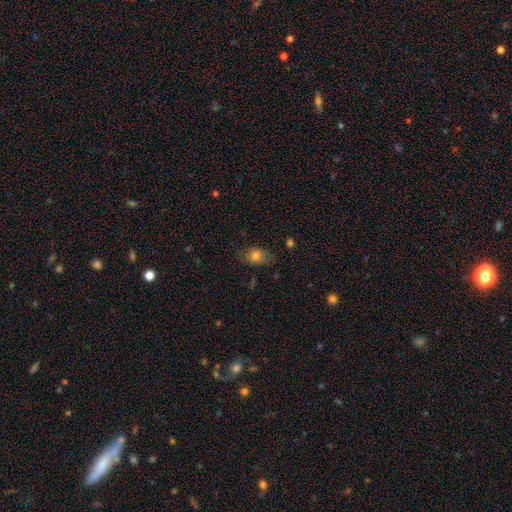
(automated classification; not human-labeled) Q: Smooth or featured?
A: smooth (79%); runner-up: featured or disk (11%)
Q: How rounded?
A: in between (80%); runner-up: round (18%)
Q: Merging?
A: none (70%); runner-up: minor disturbance (22%)